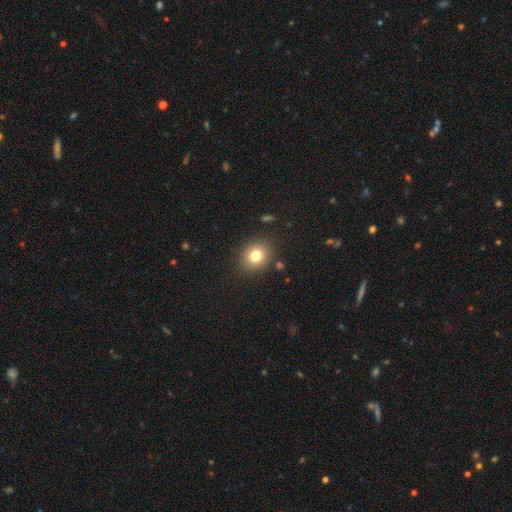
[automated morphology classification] Q: Smooth or featured?
A: smooth (79%); runner-up: star or artifact (12%)
Q: How rounded?
A: round (66%); runner-up: in between (33%)
Q: Merging?
A: none (85%); runner-up: minor disturbance (9%)